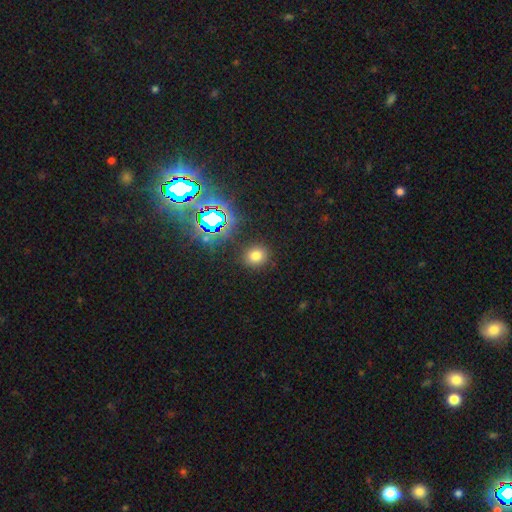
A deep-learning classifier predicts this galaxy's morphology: Q: Smooth or featured?
A: smooth (70%); runner-up: star or artifact (23%)
Q: How rounded?
A: round (76%); runner-up: in between (23%)
Q: Merging?
A: none (87%); runner-up: minor disturbance (8%)